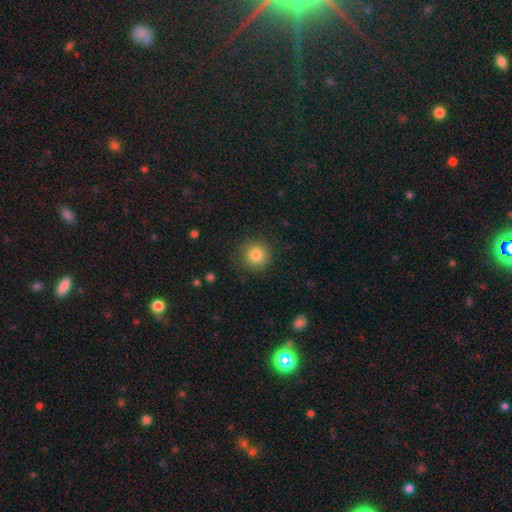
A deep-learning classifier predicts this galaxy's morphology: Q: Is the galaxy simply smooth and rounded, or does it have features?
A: smooth — 83%.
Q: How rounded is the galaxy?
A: round — 93%.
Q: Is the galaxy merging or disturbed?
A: none — 85%.